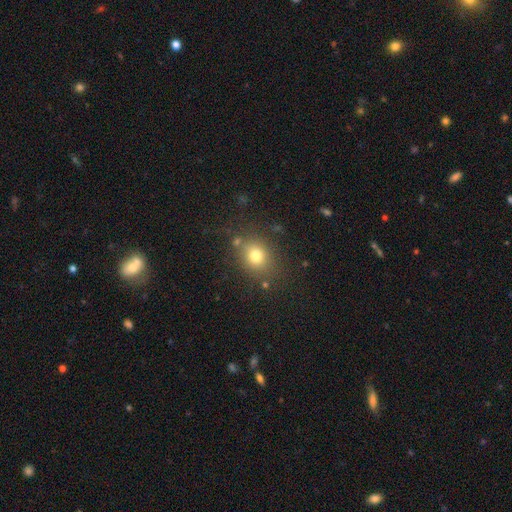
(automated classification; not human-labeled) This is likely a smooth galaxy (76%). How rounded: likely round (61%). Merging: likely none (77%).